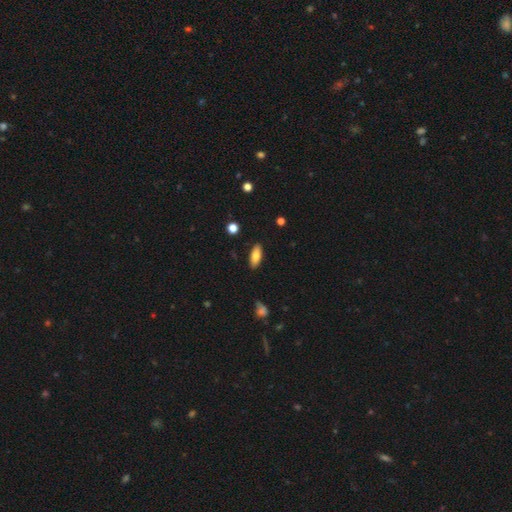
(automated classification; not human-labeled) The model was most divided on "how rounded": in between: 79%, cigar-shaped: 18%, round: 2%. More confident: merging — none (86%); smooth or featured — smooth (79%).